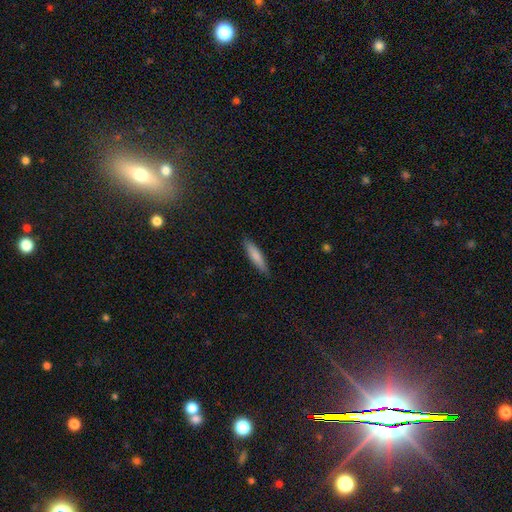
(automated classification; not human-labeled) smooth_or_featured: smooth (p=0.80) [alt: featured or disk p=0.15]
how_rounded: cigar-shaped (p=0.81) [alt: in between p=0.17]
merging: none (p=0.88) [alt: minor disturbance p=0.09]